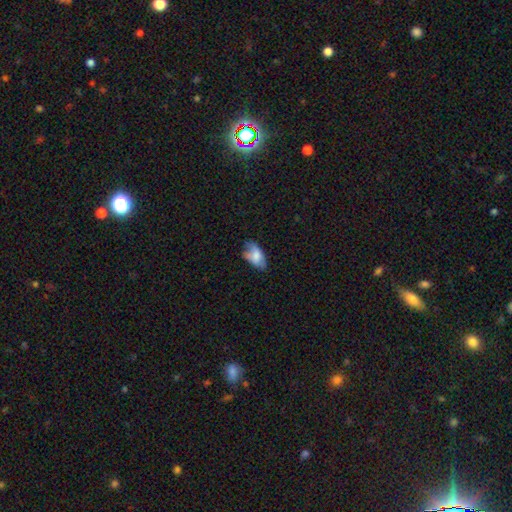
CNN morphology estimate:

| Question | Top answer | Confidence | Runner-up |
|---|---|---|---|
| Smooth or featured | smooth | 68% | featured or disk (24%) |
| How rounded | in between | 92% | round (5%) |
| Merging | none | 46% | minor disturbance (35%) |